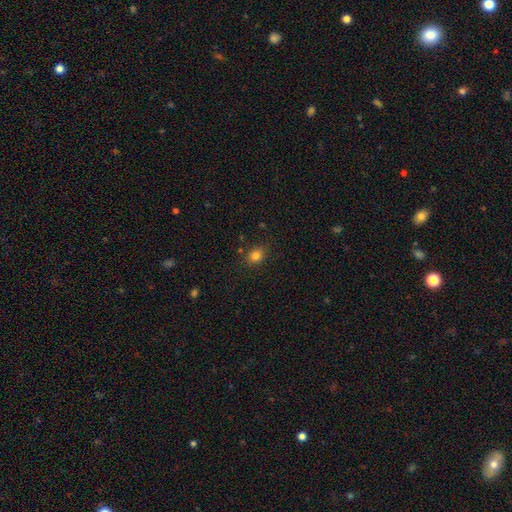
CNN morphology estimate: Smooth or featured? Predicted: smooth (p=0.81). How rounded? Predicted: round (p=0.51). Merging? Predicted: none (p=0.84).